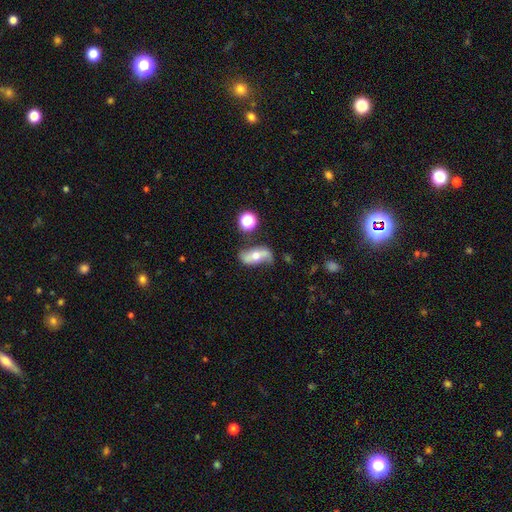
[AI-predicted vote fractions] Overall: featured or disk (60%; smooth 31%). Edge-on disk: no (84%). Bar: no (50%; strong 26%). Spiral arms: yes (78%). Bulge size: moderate (65%; small 26%). Merging: none (64%).